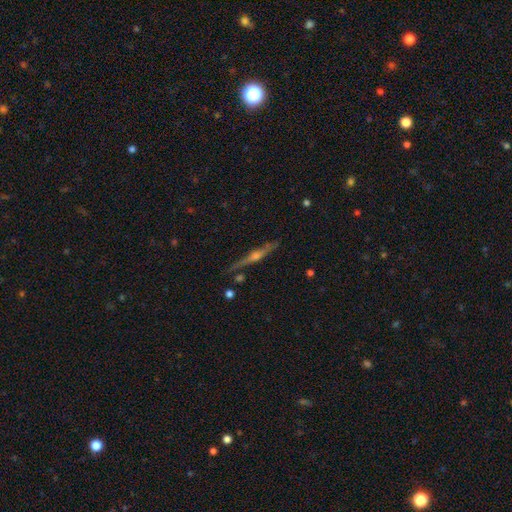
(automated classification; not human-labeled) The model was most divided on "smooth or featured": featured or disk: 82%, smooth: 11%, star or artifact: 7%. More confident: edge-on disk — yes (98%); edge-on bulge — rounded (89%); merging — none (86%).